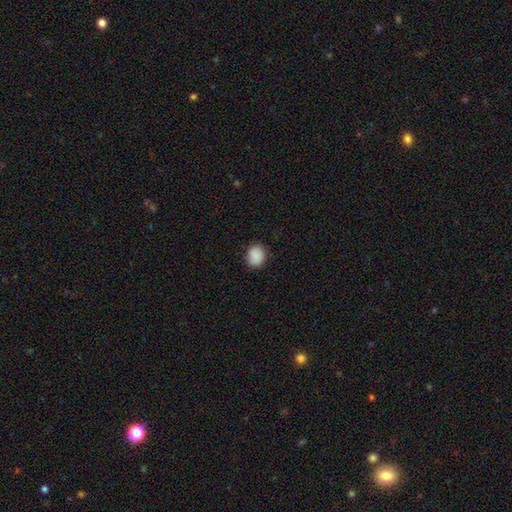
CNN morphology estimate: smooth-or-featured: smooth: 88% | star or artifact: 8% | featured or disk: 5%
  how-rounded: round: 62% | in between: 37% | cigar-shaped: 1%
  merging: none: 86% | minor disturbance: 10% | major disturbance: 2% | merger: 1%